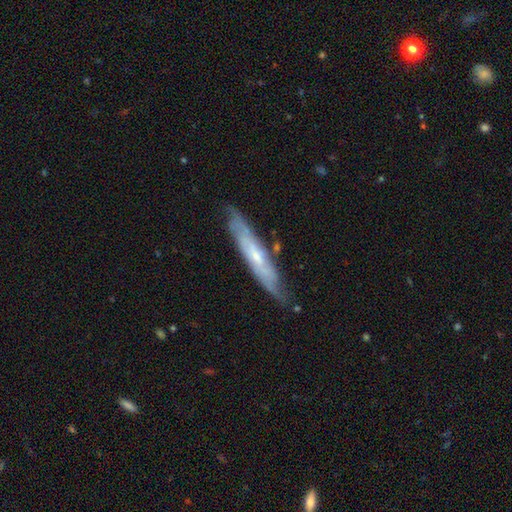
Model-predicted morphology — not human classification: A featured or disk galaxy (69%) viewed edge-on (56%). Merging: none (77%).